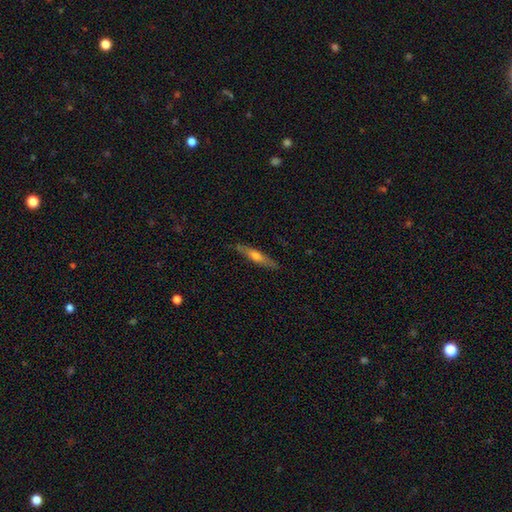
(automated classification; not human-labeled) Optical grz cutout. It shows a featured or disk galaxy (53%) viewed edge-on (89%). Merging: none (85%).